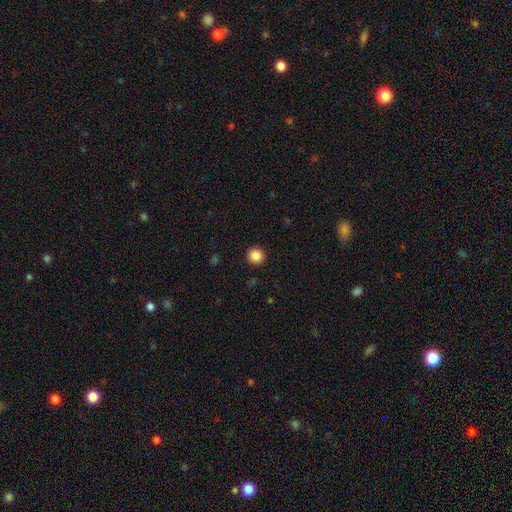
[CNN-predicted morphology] Smooth or featured? smooth (87%)
How rounded? round (94%)
Merging? none (93%)